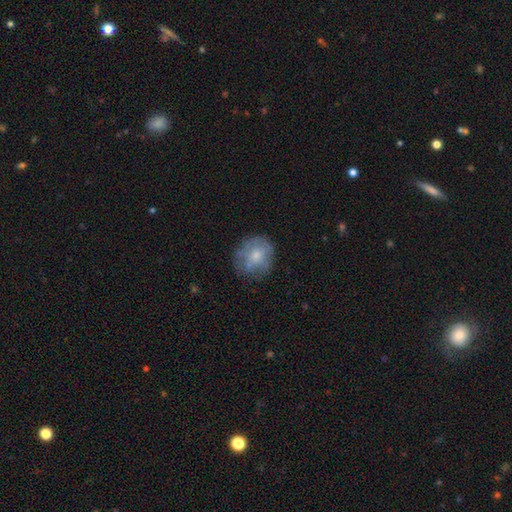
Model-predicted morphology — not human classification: smooth 56%, featured or disk 36%, star or artifact 8%. Down the decision tree: how rounded — round (72%); merging — none (63%).